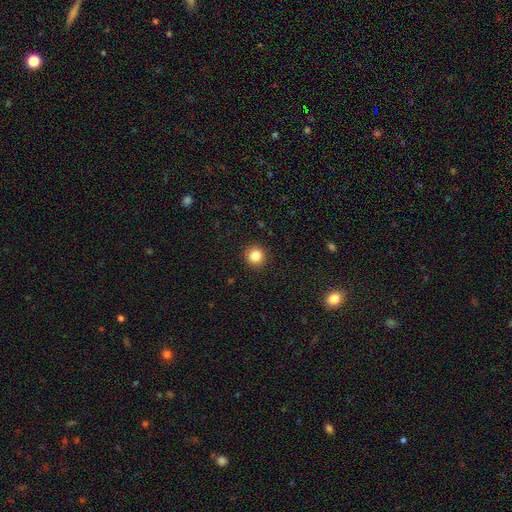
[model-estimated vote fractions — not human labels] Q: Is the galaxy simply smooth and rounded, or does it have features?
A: smooth — 85%.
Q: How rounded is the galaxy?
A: round — 95%.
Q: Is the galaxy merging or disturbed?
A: none — 92%.